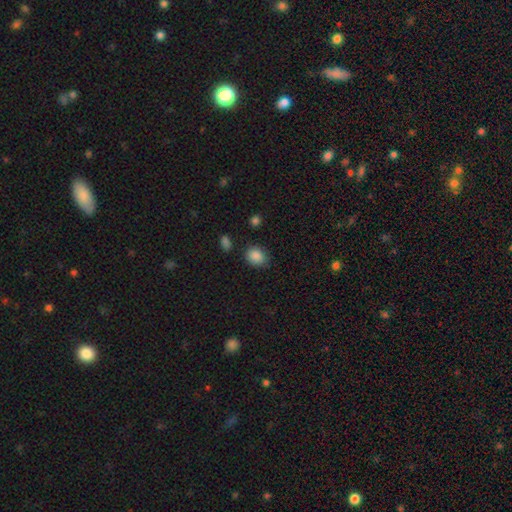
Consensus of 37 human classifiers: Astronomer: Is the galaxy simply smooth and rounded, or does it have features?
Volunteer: smooth — 86%.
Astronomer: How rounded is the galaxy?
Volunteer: in between — 56% (runner-up: round, 44%).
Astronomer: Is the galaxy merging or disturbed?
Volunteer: none — 76%.